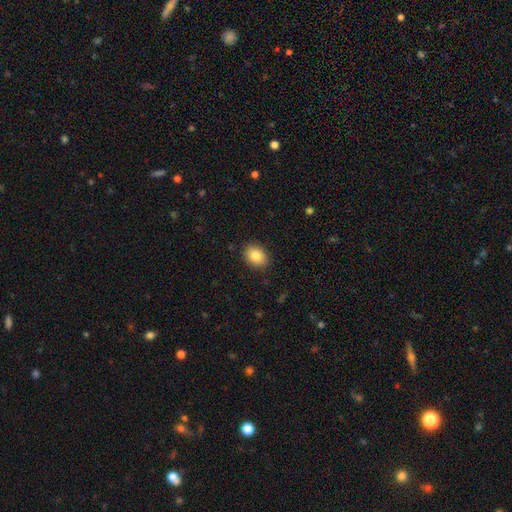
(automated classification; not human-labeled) smooth 85%, star or artifact 8%, featured or disk 6%. Down the decision tree: how rounded — in between (62%); merging — none (89%).